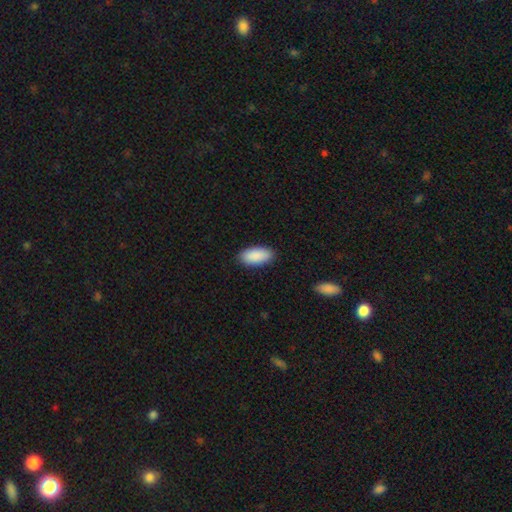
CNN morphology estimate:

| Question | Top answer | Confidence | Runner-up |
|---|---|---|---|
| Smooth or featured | smooth | 91% | star or artifact (6%) |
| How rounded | in between | 92% | cigar-shaped (6%) |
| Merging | none | 89% | minor disturbance (8%) |